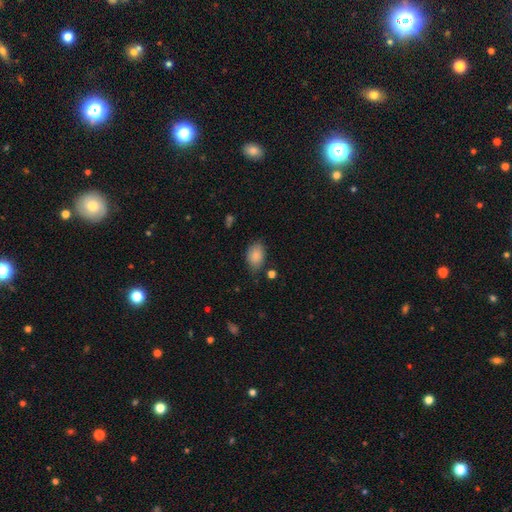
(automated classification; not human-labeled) Q: Smooth or featured?
A: smooth (86%); runner-up: star or artifact (8%)
Q: How rounded?
A: in between (83%); runner-up: round (16%)
Q: Merging?
A: none (71%); runner-up: minor disturbance (22%)